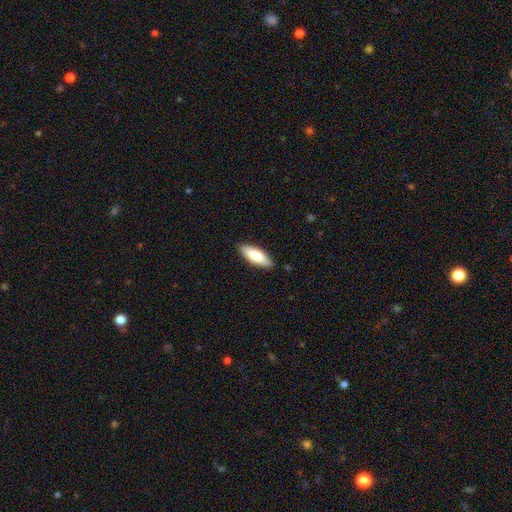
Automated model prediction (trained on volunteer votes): Q: Smooth or featured?
A: smooth (75%); runner-up: featured or disk (19%)
Q: How rounded?
A: in between (64%); runner-up: cigar-shaped (35%)
Q: Merging?
A: none (87%); runner-up: minor disturbance (10%)